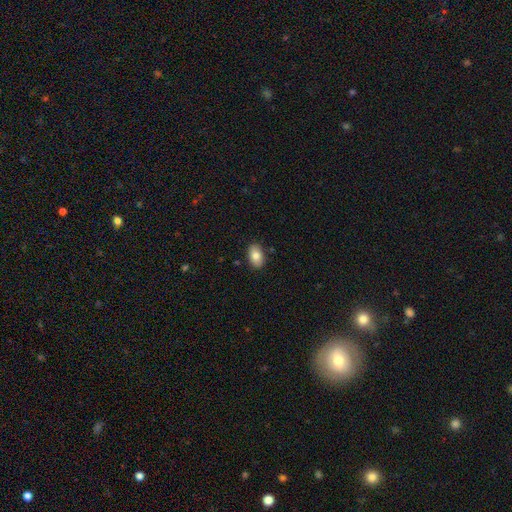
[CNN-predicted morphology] Q: Smooth or featured?
A: smooth (83%); runner-up: featured or disk (10%)
Q: How rounded?
A: in between (90%); runner-up: round (8%)
Q: Merging?
A: none (88%); runner-up: minor disturbance (9%)